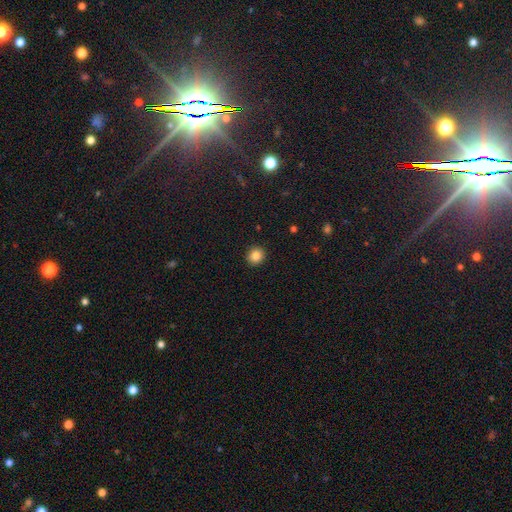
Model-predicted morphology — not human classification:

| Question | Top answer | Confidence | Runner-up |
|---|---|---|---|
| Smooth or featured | smooth | 84% | star or artifact (10%) |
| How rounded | round | 90% | in between (9%) |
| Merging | none | 92% | minor disturbance (5%) |